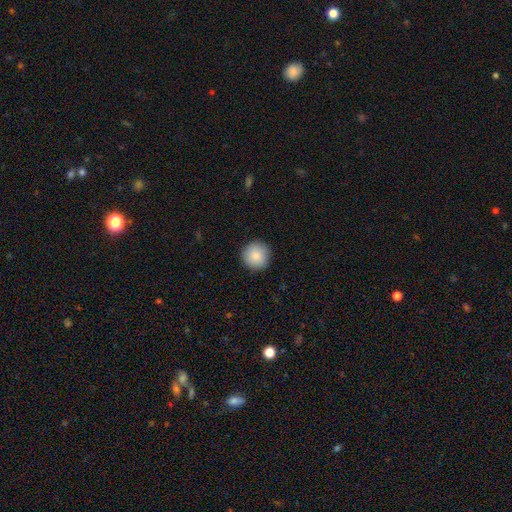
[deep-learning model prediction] smooth-or-featured: smooth: 87% | star or artifact: 7% | featured or disk: 6%
  how-rounded: round: 95% | in between: 4% | cigar-shaped: 1%
  merging: none: 91% | minor disturbance: 6% | major disturbance: 2% | merger: 1%